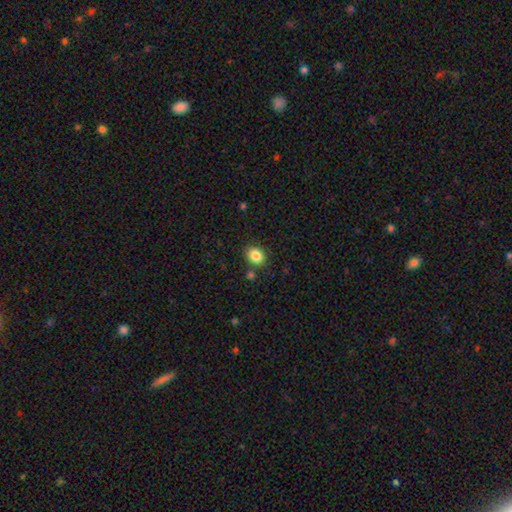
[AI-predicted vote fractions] smooth 86%, star or artifact 9%, featured or disk 5%. Down the decision tree: how rounded — in between (51%); merging — none (82%).